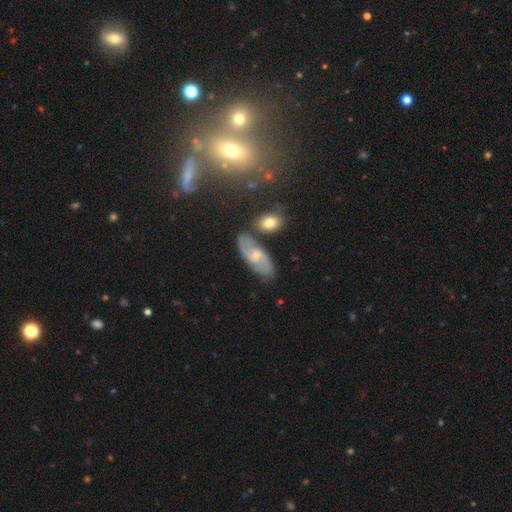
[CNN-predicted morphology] Overall: featured or disk (61%; smooth 30%). Edge-on disk: no (89%). Bar: no (56%; weak 37%). Spiral arms: yes (83%). Bulge size: small (58%; moderate 37%). Merging: none (67%).